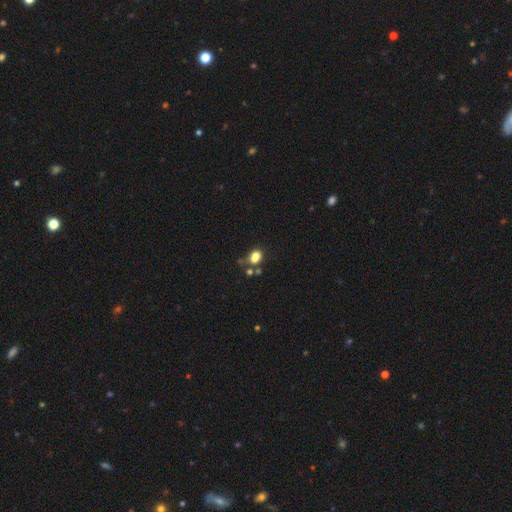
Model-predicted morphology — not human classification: A smooth galaxy with no disk features (79%) that is in between round and cigar-shaped (69%). Merging: none (55%).